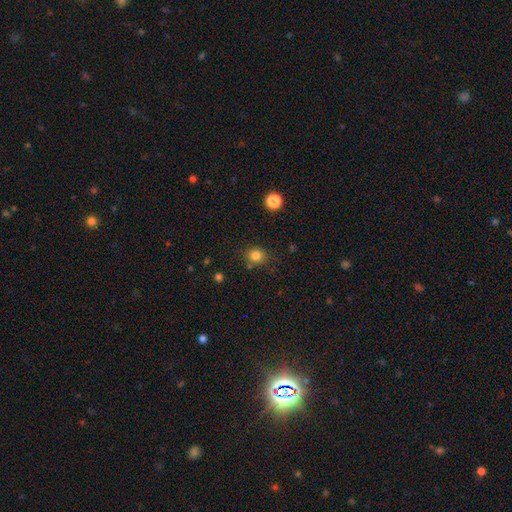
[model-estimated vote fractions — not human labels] Smooth or featured?
  - smooth: 82% *
  - star or artifact: 13%
  - featured or disk: 5%
How rounded?
  - round: 77% *
  - in between: 22%
  - cigar-shaped: 1%
Merging?
  - none: 78% *
  - minor disturbance: 13%
  - merger: 5%
  - major disturbance: 4%